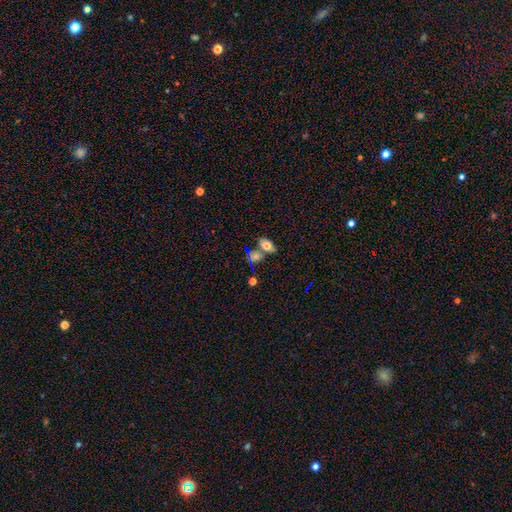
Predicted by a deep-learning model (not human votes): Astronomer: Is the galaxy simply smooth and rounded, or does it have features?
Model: smooth — 46% (runner-up: featured or disk, 33%).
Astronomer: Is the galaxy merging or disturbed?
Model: merger — 42% (runner-up: none, 40%).